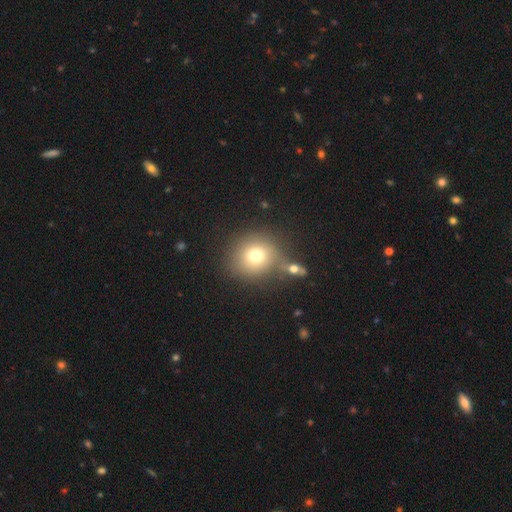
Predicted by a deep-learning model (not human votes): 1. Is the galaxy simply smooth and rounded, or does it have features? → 73% smooth, 13% featured or disk, 13% star or artifact.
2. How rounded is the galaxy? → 89% round, 10% in between, 1% cigar-shaped.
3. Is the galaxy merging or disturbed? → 63% none, 19% merger, 11% minor disturbance, 6% major disturbance.